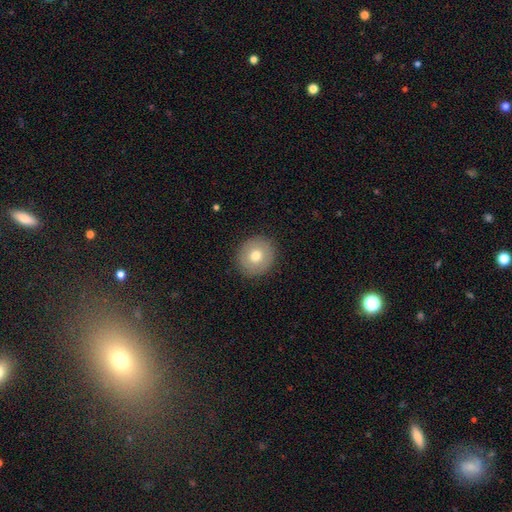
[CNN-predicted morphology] smooth 73%, featured or disk 18%, star or artifact 9%. Down the decision tree: how rounded — round (89%); merging — none (91%).